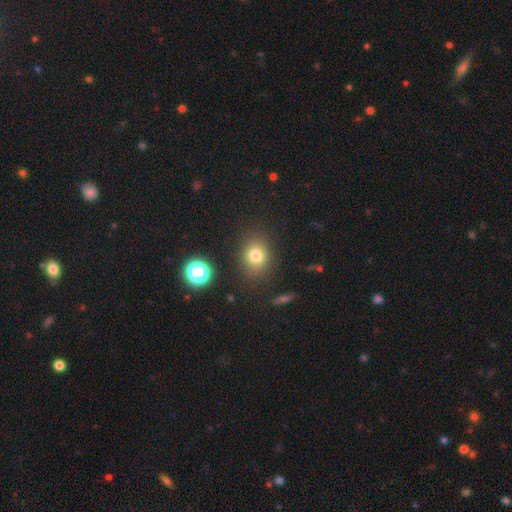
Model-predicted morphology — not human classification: A smooth galaxy with no disk features (77%) that is round (67%).

Vote fractions:
- Smooth or featured? smooth: 77% / star or artifact: 14% / featured or disk: 8%
- How rounded? round: 67% / in between: 32% / cigar-shaped: 1%
- Merging? none: 83% / minor disturbance: 10% / major disturbance: 4% / merger: 2%